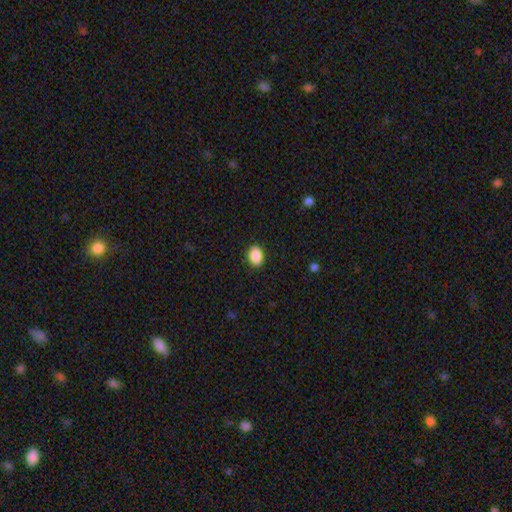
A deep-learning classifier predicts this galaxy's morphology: A smooth galaxy with no disk features (89%) that is in between round and cigar-shaped (73%).

Vote fractions:
- Smooth or featured? smooth: 89% / star or artifact: 8% / featured or disk: 3%
- How rounded? in between: 73% / round: 26% / cigar-shaped: 1%
- Merging? none: 90% / minor disturbance: 7% / major disturbance: 2% / merger: 1%